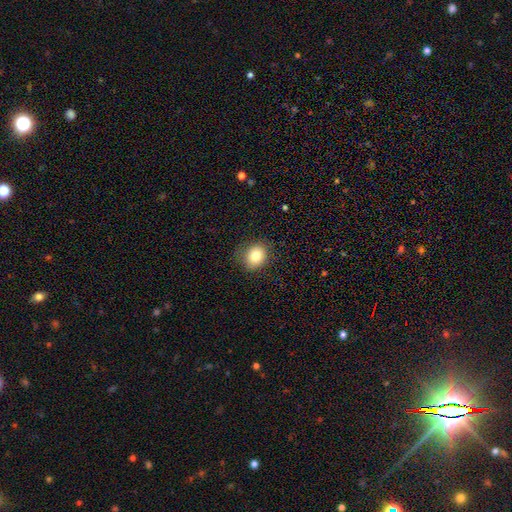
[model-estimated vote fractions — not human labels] smooth 81%, star or artifact 10%, featured or disk 9%. Down the decision tree: how rounded — round (60%); merging — none (81%).